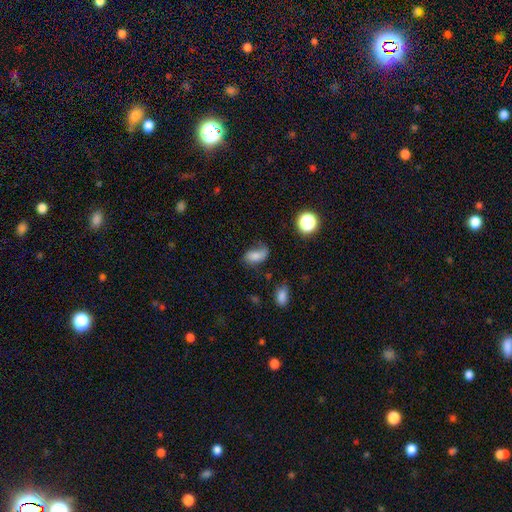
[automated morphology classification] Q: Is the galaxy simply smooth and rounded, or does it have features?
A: smooth — 67%.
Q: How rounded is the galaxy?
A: in between — 87%.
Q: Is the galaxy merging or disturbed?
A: none — 39%.